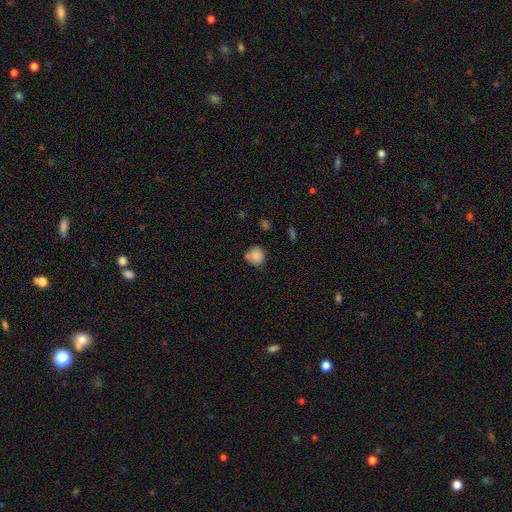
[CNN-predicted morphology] smooth_or_featured: smooth (p=0.83) [alt: star or artifact p=0.09]
how_rounded: round (p=0.87) [alt: in between p=0.12]
merging: none (p=0.67) [alt: minor disturbance p=0.19]